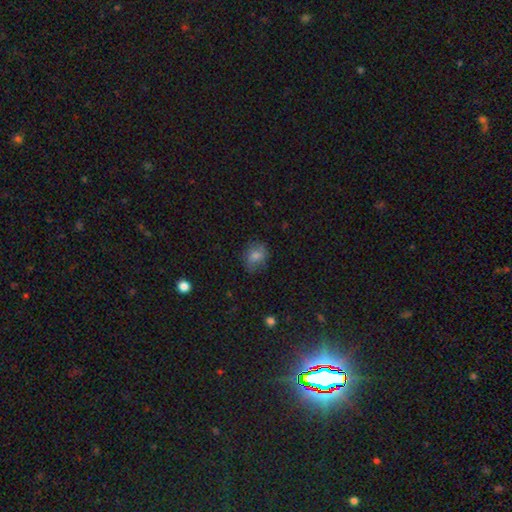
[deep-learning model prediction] smooth 72%, featured or disk 15%, star or artifact 13%. Down the decision tree: how rounded — round (54%); merging — none (76%).